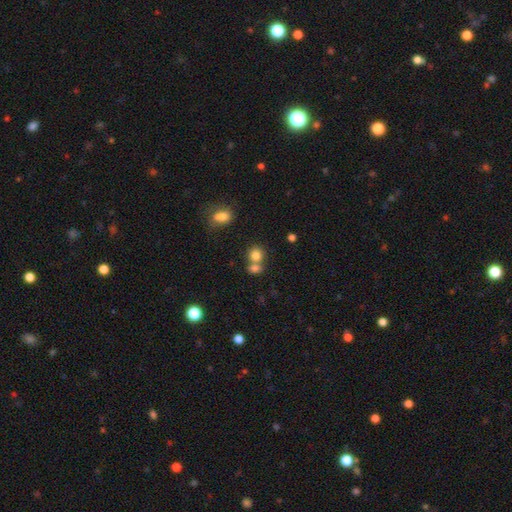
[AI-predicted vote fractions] smooth-or-featured: smooth: 80% | star or artifact: 12% | featured or disk: 8%
  how-rounded: round: 80% | in between: 19% | cigar-shaped: 1%
  merging: none: 47% | merger: 43% | minor disturbance: 7% | major disturbance: 3%